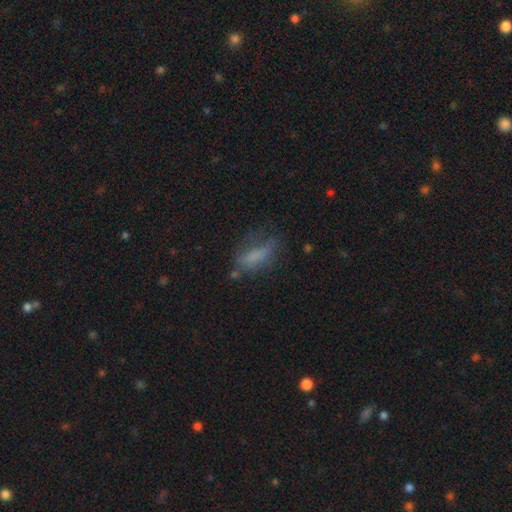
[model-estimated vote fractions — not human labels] The model was most divided on "merging": none: 47%, minor disturbance: 28%, major disturbance: 21%, merger: 4%. More confident: smooth or featured — smooth (67%); how rounded — in between (62%).